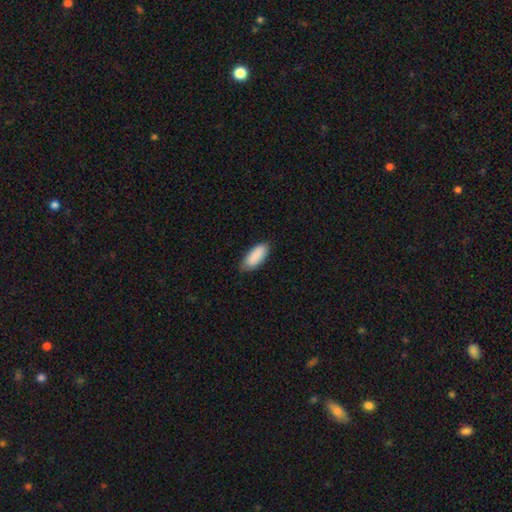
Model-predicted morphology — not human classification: A smooth galaxy with no disk features (90%) that is in between round and cigar-shaped (84%). Merging: none (81%).